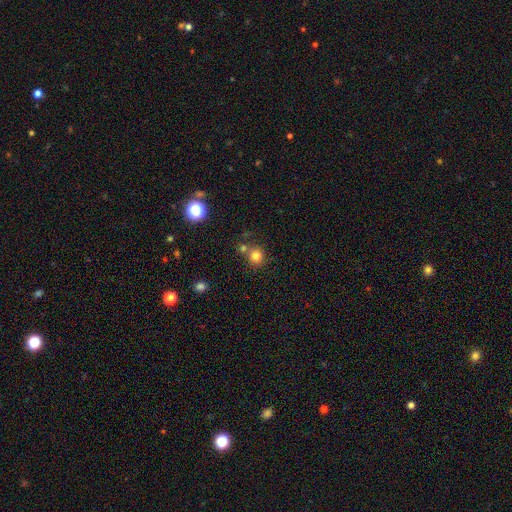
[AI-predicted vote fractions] This is clearly a smooth galaxy (80%). How rounded: clearly round (87%). Merging: likely none (64%).